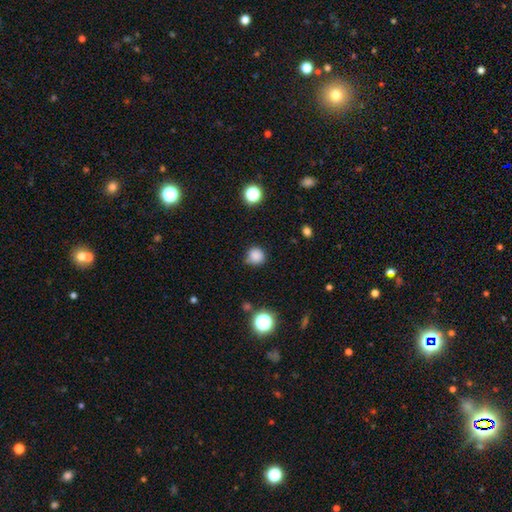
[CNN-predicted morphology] smooth-or-featured: smooth: 84% | star or artifact: 12% | featured or disk: 4%
  how-rounded: round: 89% | in between: 10% | cigar-shaped: 1%
  merging: none: 72% | minor disturbance: 20% | major disturbance: 4% | merger: 4%